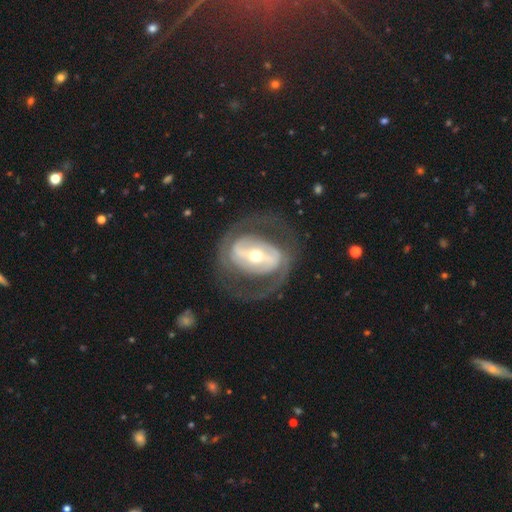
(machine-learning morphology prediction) Smooth or featured? featured or disk (84%)
Edge-on disk? no (95%)
Bar? strong (60%)
Spiral arms? yes (75%)
Spiral winding? medium (44%)
Spiral arm count? 2 (81%)
Bulge size? moderate (50%)
Merging? none (73%)